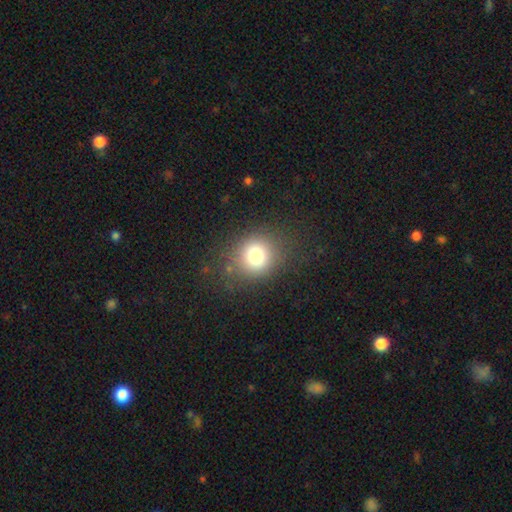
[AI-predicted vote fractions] smooth 78%, star or artifact 14%, featured or disk 9%. Down the decision tree: how rounded — round (83%); merging — none (82%).